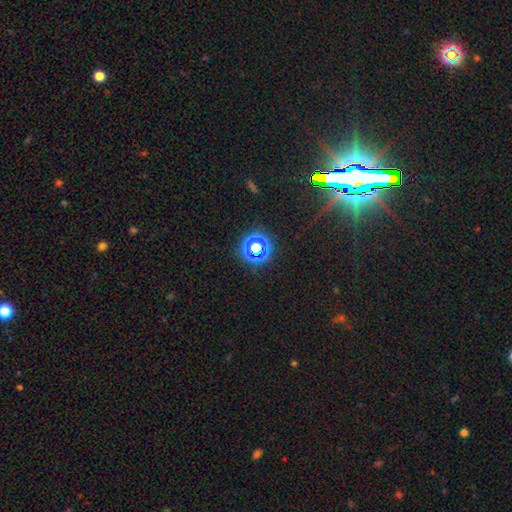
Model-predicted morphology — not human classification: A star or artifact, not a galaxy (67%).